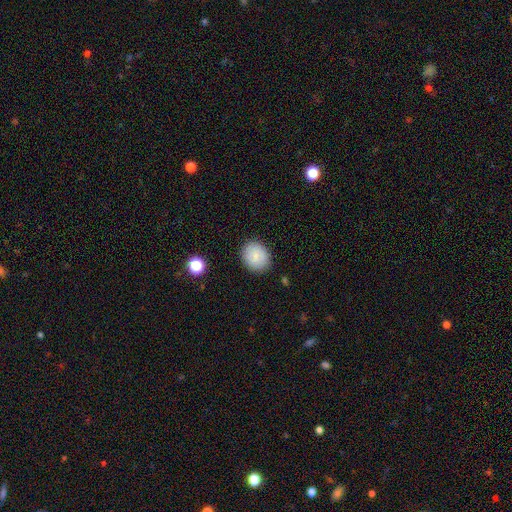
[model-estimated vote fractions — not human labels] smooth_or_featured: smooth (p=0.85) [alt: star or artifact p=0.08]
how_rounded: round (p=0.61) [alt: in between p=0.38]
merging: none (p=0.87) [alt: minor disturbance p=0.09]